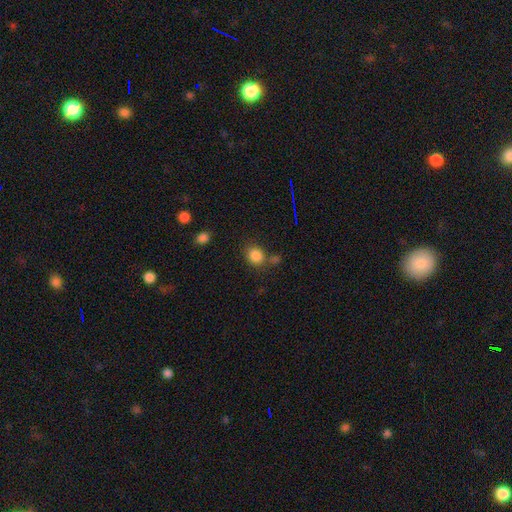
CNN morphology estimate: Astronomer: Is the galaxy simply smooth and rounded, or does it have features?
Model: smooth — 84%.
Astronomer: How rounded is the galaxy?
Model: round — 70%.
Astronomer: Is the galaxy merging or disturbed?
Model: none — 67%.